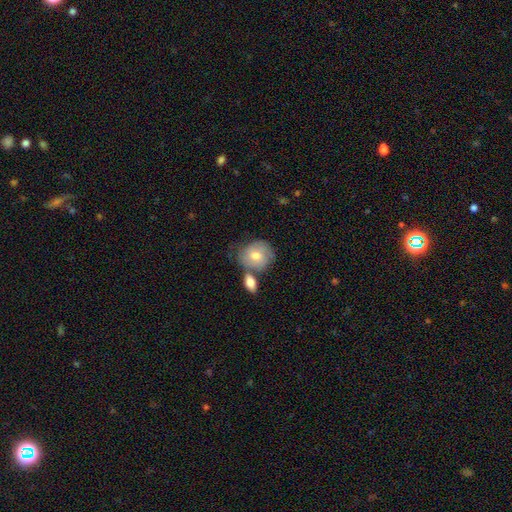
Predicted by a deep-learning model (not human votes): A smooth galaxy with no disk features (67%) that is round (73%).

Vote fractions:
- Smooth or featured? smooth: 67% / featured or disk: 27% / star or artifact: 6%
- How rounded? round: 73% / in between: 26% / cigar-shaped: 1%
- Merging? none: 49% / merger: 26% / minor disturbance: 19% / major disturbance: 6%